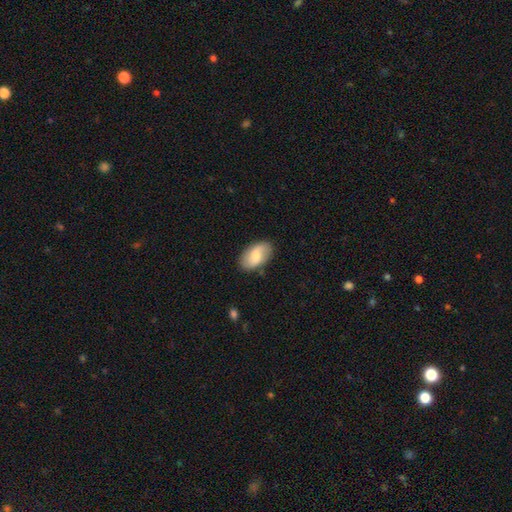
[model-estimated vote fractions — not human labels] Morphology: type=smooth (62%); roundness=in between (94%); merging=none (84%).